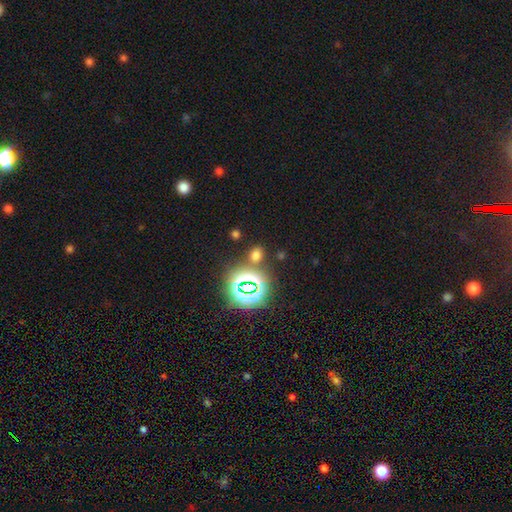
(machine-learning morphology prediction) This is possibly a smooth galaxy (55%). How rounded: possibly round (52%). Merging: likely none (79%).